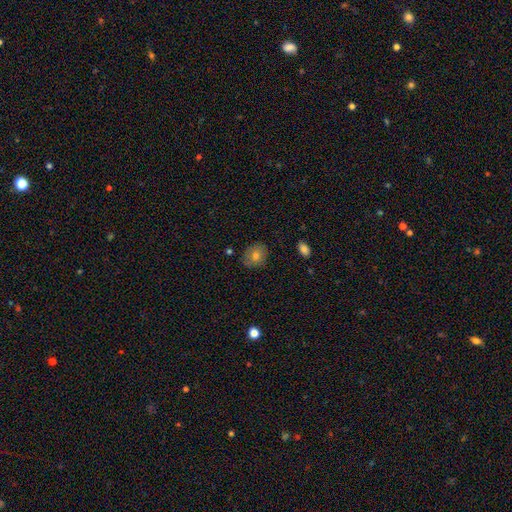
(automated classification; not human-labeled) Q: Smooth or featured?
A: smooth (73%); runner-up: featured or disk (17%)
Q: How rounded?
A: round (60%); runner-up: in between (39%)
Q: Merging?
A: none (83%); runner-up: minor disturbance (13%)